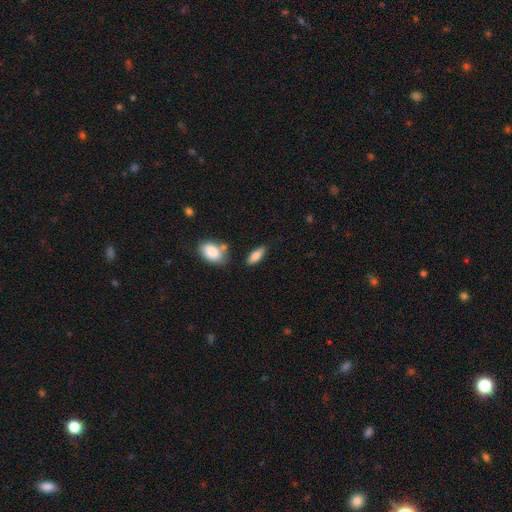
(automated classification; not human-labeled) smooth_or_featured: smooth (p=0.79) [alt: featured or disk p=0.15]
how_rounded: in between (p=0.73) [alt: cigar-shaped p=0.25]
merging: none (p=0.76) [alt: minor disturbance p=0.14]